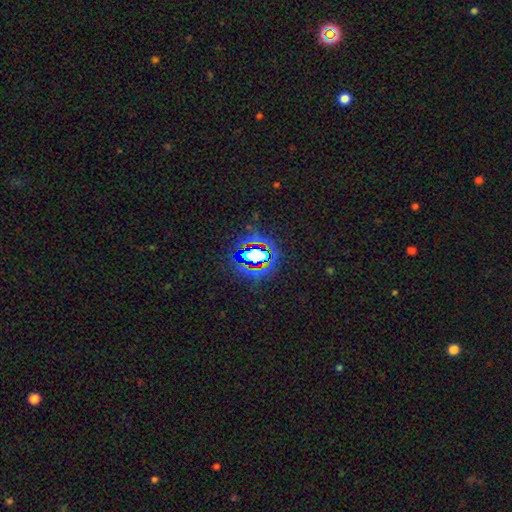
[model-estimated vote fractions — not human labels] This is likely a star or artifact rather than a galaxy (68%).